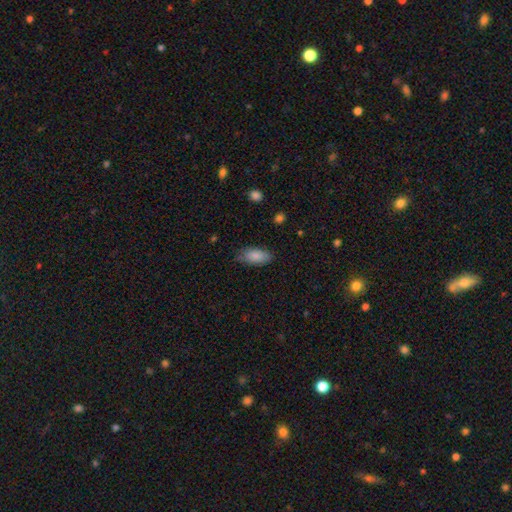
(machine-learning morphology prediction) The model was most divided on "merging": none: 76%, minor disturbance: 19%, major disturbance: 4%, merger: 1%. More confident: how rounded — in between (90%); smooth or featured — smooth (86%).